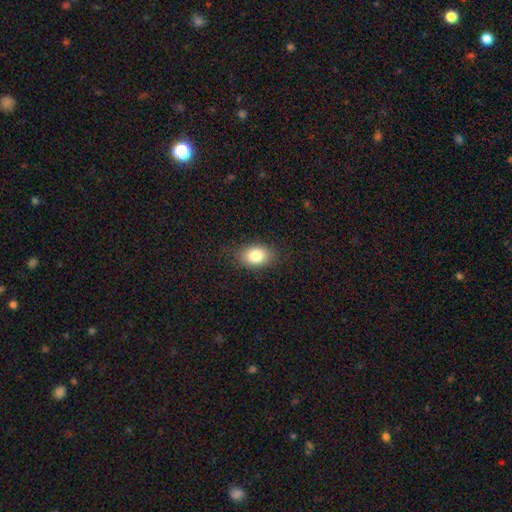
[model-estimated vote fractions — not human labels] Overall: smooth (82%). How rounded: in between (79%). Merging: none (83%).